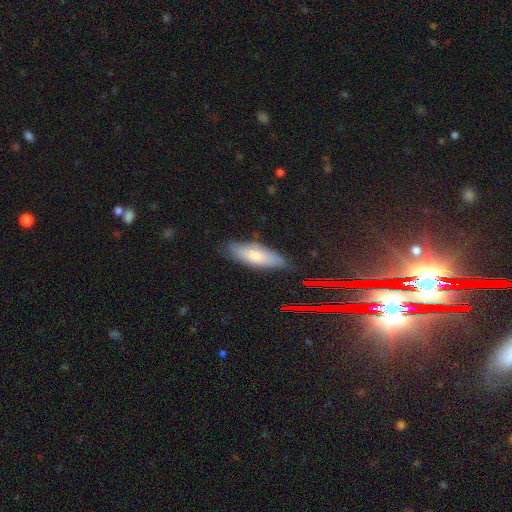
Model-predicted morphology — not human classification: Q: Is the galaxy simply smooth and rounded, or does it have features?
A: smooth — 69%.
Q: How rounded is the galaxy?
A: in between — 63%.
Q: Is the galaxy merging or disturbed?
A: none — 77%.